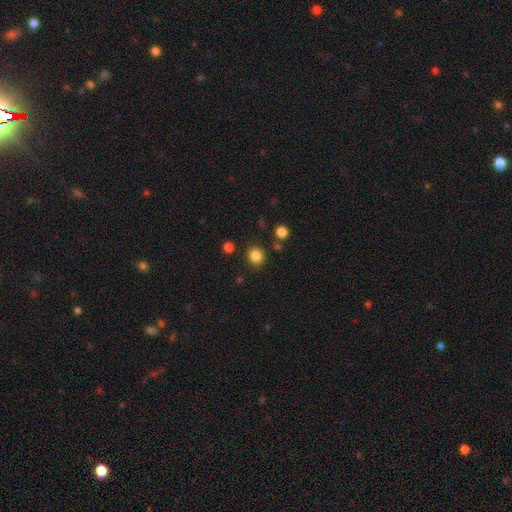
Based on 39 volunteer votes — Morphology: type=smooth (87%); roundness=round (88%); merging=none (95%).